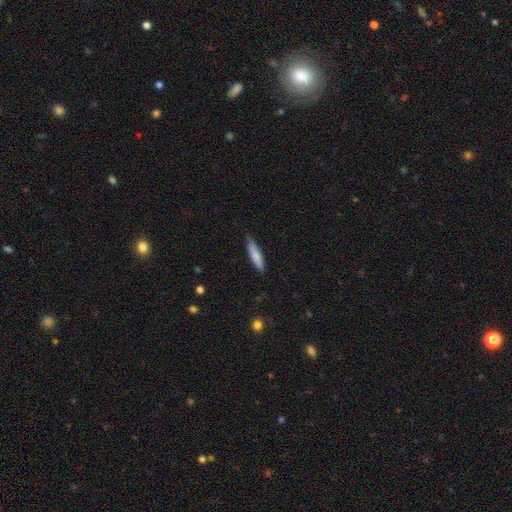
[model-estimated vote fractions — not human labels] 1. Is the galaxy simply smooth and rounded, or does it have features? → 80% smooth, 14% featured or disk, 6% star or artifact.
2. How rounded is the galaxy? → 81% cigar-shaped, 17% in between, 1% round.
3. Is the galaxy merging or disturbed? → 79% none, 17% minor disturbance, 2% major disturbance, 1% merger.